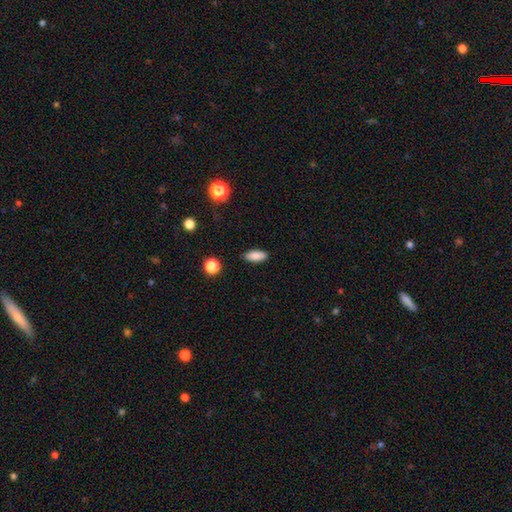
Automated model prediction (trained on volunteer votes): This appears to be a smooth galaxy with no disk features (86%) that is in between round and cigar-shaped (79%). Merging: none (87%).